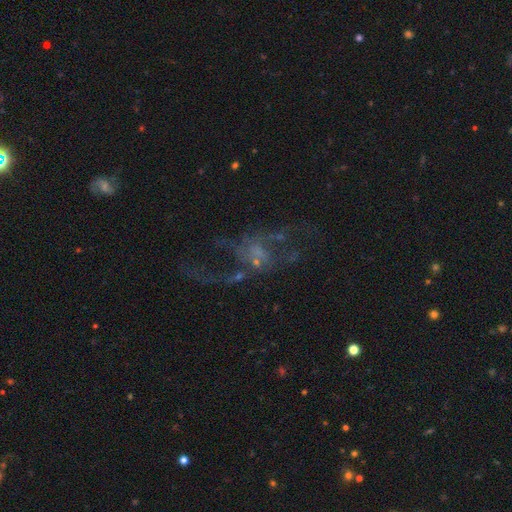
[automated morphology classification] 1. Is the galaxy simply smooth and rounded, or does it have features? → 67% featured or disk, 19% star or artifact, 14% smooth.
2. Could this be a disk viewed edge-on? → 96% no, 4% yes.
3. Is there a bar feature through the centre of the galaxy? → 69% no, 25% weak, 6% strong.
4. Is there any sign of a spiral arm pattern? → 58% yes, 42% no.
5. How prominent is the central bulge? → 46% none, 38% small, 12% moderate, 2% large, 1% dominant.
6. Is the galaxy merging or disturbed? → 39% major disturbance (tied), 39% none (tied), 14% minor disturbance, 8% merger.